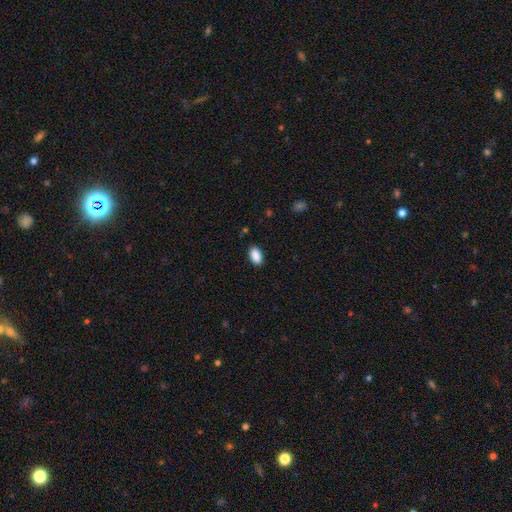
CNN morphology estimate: Smooth or featured? Predicted: smooth (p=0.90). How rounded? Predicted: in between (p=0.93). Merging? Predicted: none (p=0.88).